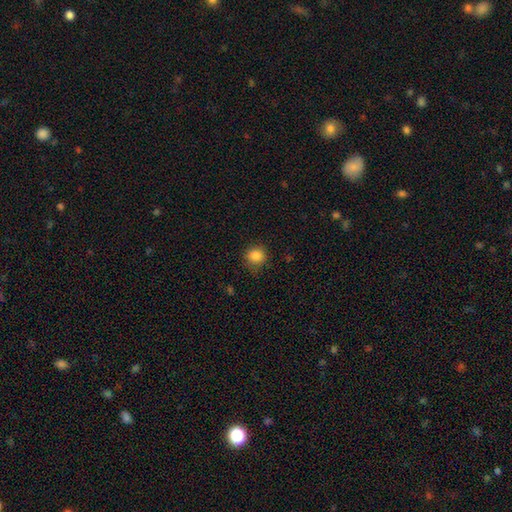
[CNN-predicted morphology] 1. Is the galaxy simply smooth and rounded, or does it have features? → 86% smooth, 11% star or artifact, 4% featured or disk.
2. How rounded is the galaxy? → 87% round, 12% in between, 1% cigar-shaped.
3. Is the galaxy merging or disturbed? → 82% none, 13% minor disturbance, 3% major disturbance, 1% merger.